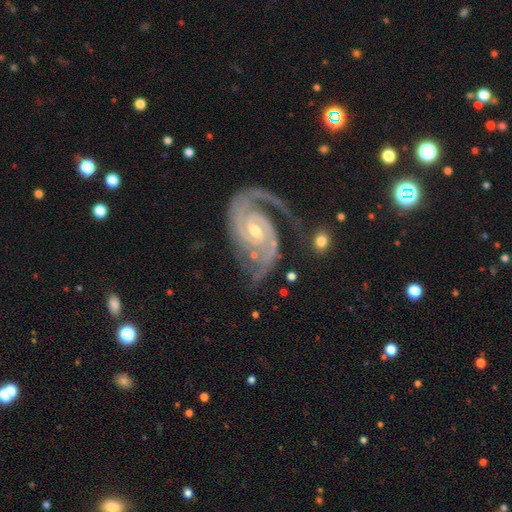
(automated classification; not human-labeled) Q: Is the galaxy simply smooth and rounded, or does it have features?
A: featured or disk — 93%.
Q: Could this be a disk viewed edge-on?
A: no — 98%.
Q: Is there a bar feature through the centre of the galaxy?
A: weak — 44%.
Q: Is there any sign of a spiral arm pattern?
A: yes — 99%.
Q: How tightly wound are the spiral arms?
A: tight — 55%.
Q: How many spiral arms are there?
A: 2 — 81%.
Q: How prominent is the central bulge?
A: small — 49%.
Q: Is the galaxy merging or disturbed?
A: none — 62%.